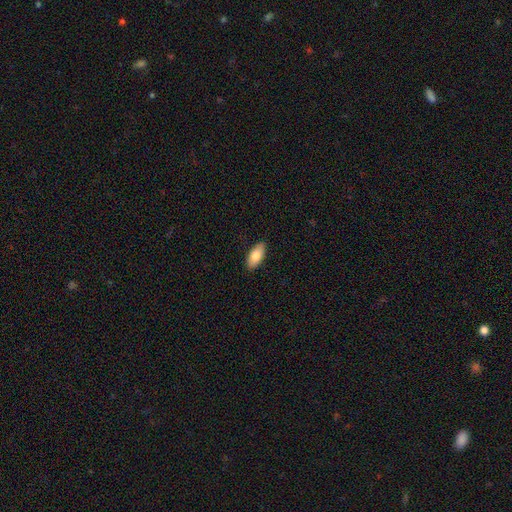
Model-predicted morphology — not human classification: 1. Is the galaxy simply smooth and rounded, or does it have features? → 79% smooth, 14% featured or disk, 6% star or artifact.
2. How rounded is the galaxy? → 88% in between, 9% cigar-shaped, 2% round.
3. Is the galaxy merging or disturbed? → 89% none, 8% minor disturbance, 2% major disturbance, 1% merger.